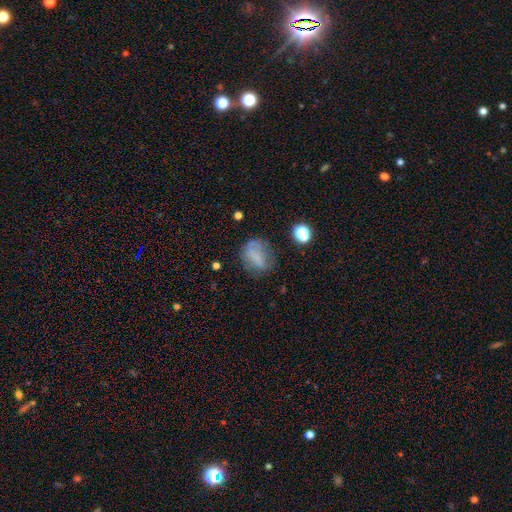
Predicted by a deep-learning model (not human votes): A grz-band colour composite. It shows a smooth galaxy with no disk features (59%) that is in between round and cigar-shaped (54%). Merging: none (51%).